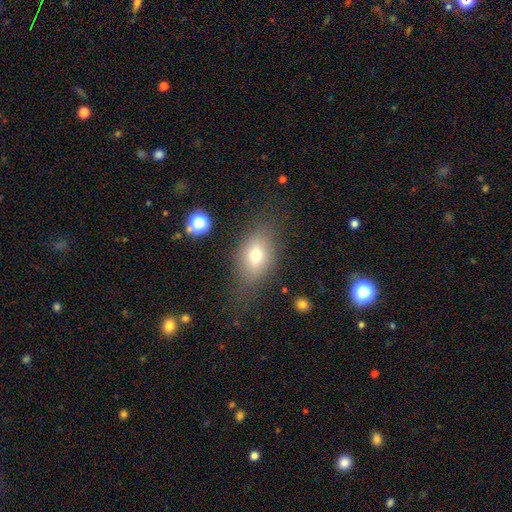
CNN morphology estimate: smooth-or-featured: smooth: 65% | featured or disk: 23% | star or artifact: 11%
  how-rounded: in between: 80% | round: 15% | cigar-shaped: 5%
  merging: none: 70% | minor disturbance: 18% | major disturbance: 10% | merger: 2%